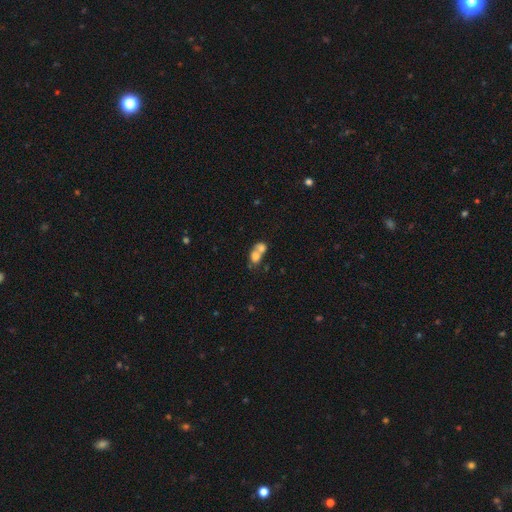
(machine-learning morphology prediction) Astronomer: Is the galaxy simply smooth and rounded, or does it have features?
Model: smooth — 70%.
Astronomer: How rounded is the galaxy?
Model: round — 54% (runner-up: in between, 44%).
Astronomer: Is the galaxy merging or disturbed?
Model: merger — 75%.